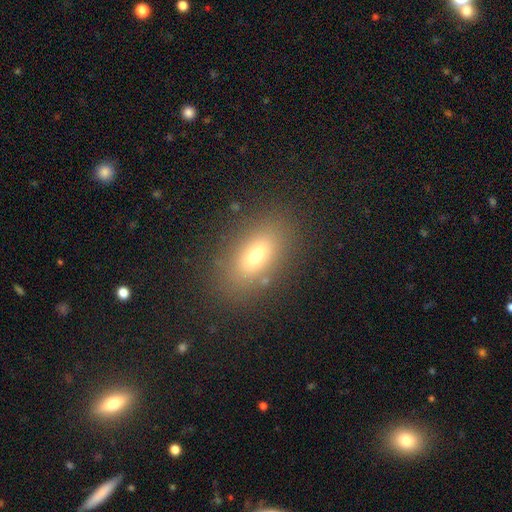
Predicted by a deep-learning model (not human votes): Overall: smooth (69%). How rounded: in between (83%). Merging: none (85%).